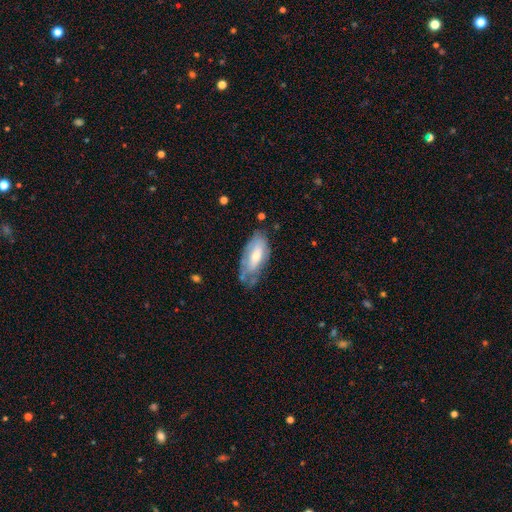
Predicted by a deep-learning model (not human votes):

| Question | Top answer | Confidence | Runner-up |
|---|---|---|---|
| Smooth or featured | smooth | 50% | featured or disk (44%) |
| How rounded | in between | 84% | cigar-shaped (14%) |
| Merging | none | 53% | minor disturbance (32%) |